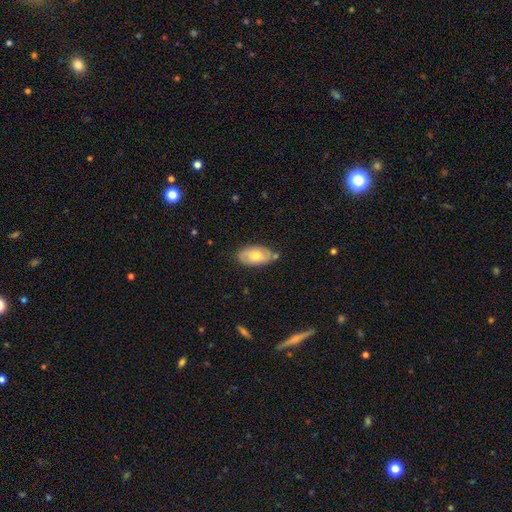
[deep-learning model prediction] Smooth or featured: smooth — 65% (featured or disk — 29%)
How rounded: in between — 94% (round — 4%)
Merging: none — 70% (minor disturbance — 22%)